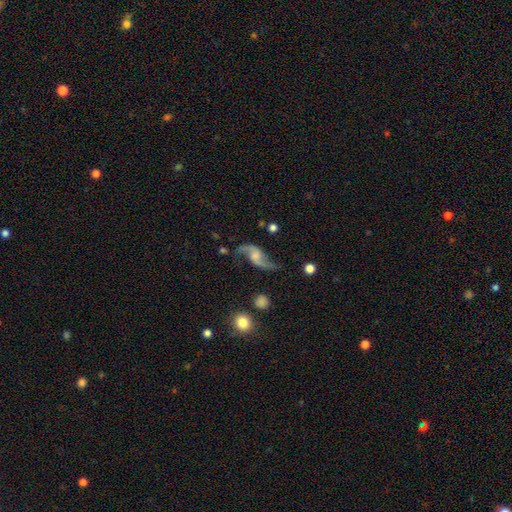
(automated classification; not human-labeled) Smooth or featured? Predicted: featured or disk (p=0.87). Edge-on disk? Predicted: no (p=0.97). Bar? Predicted: no (p=0.51). Spiral arms? Predicted: yes (p=0.97). Spiral winding? Predicted: loose (p=0.88). Spiral arm count? Predicted: 2 (p=0.94). Bulge size? Predicted: none (p=0.35). Merging? Predicted: none (p=0.70).